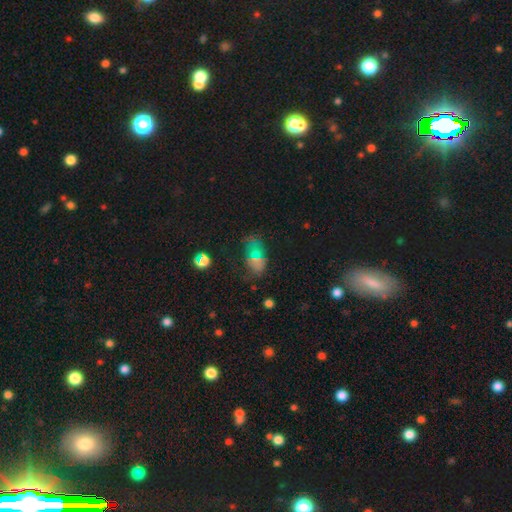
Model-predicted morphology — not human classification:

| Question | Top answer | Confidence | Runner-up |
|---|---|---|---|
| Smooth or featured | smooth | 51% | star or artifact (27%) |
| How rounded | in between | 86% | round (11%) |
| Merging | none | 45% | minor disturbance (24%) |